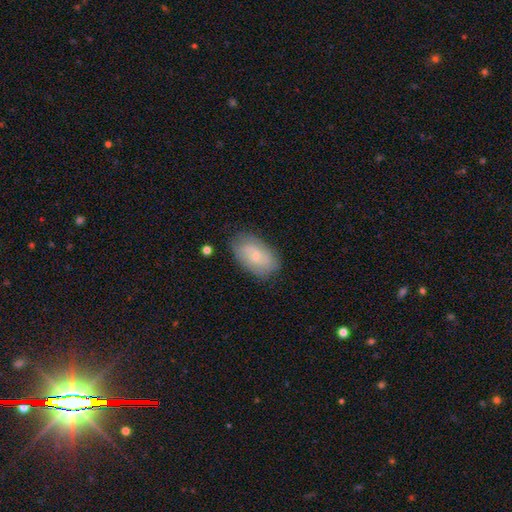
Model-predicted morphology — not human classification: This is possibly a smooth galaxy (51%). How rounded: clearly in between (92%). Merging: likely none (77%).